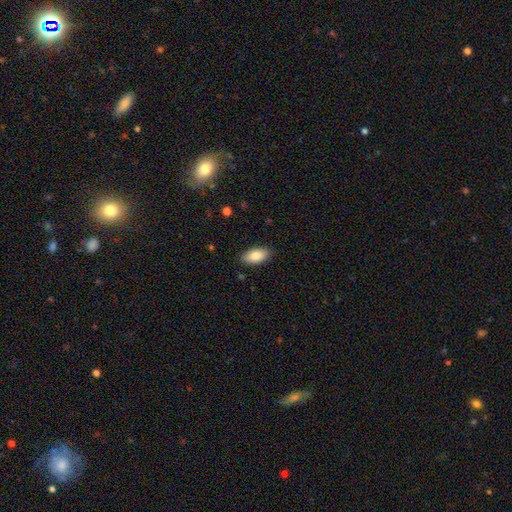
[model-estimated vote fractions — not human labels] Smooth or featured? smooth (84%)
How rounded? in between (92%)
Merging? none (88%)